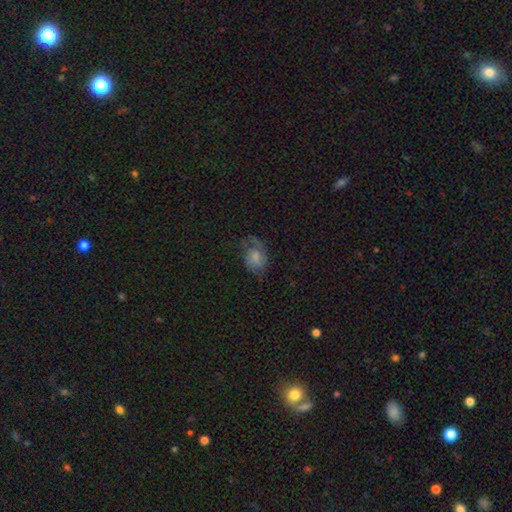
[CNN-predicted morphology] Smooth or featured?
  - featured or disk: 53% *
  - smooth: 32%
  - star or artifact: 15%
Edge-on disk?
  - no: 96% *
  - yes: 4%
Bar?
  - no: 69% *
  - weak: 27%
  - strong: 4%
Spiral arms?
  - yes: 83% *
  - no: 17%
Bulge size?
  - moderate: 41% *
  - small: 40%
  - large: 9%
  - none: 9%
  - dominant: 2%
Merging?
  - none: 62% *
  - minor disturbance: 21%
  - major disturbance: 15%
  - merger: 2%